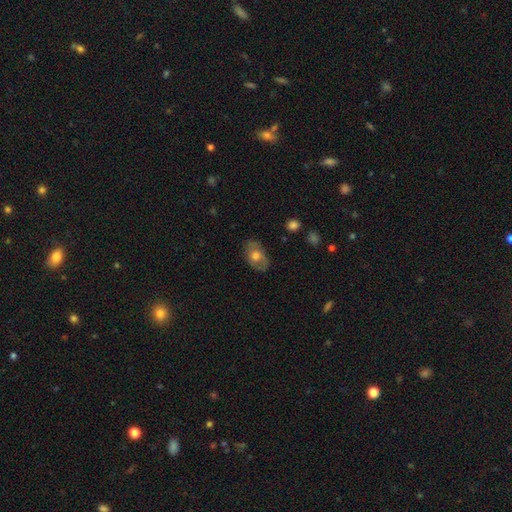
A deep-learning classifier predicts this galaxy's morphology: Smooth or featured: smooth — 60% (featured or disk — 32%)
How rounded: in between — 85% (round — 14%)
Merging: none — 77% (minor disturbance — 17%)